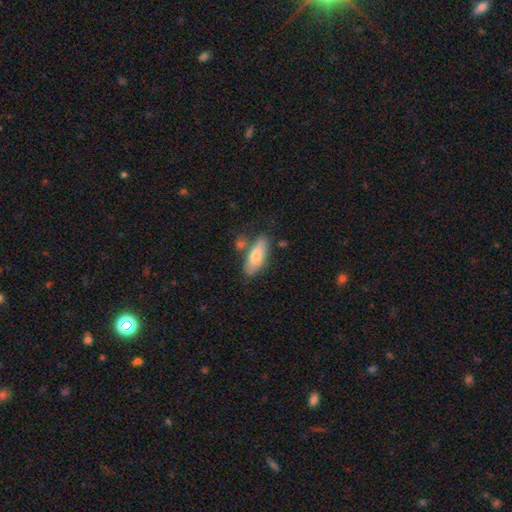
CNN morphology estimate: This appears to be a smooth galaxy with no disk features (71%) that is in between round and cigar-shaped (67%). Merging: none (70%).